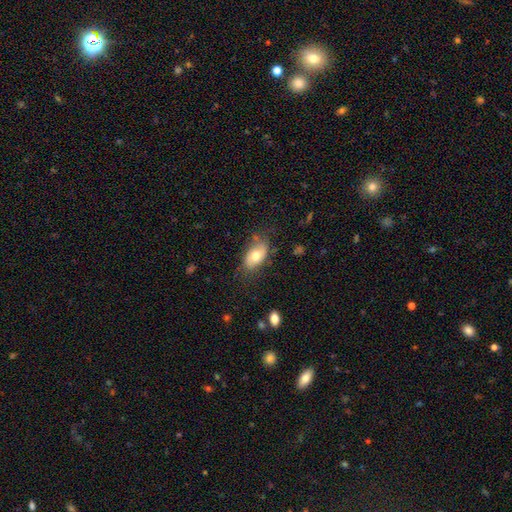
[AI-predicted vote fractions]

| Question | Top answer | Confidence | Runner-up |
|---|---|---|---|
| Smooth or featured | smooth | 64% | featured or disk (29%) |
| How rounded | in between | 91% | round (7%) |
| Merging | none | 65% | minor disturbance (25%) |